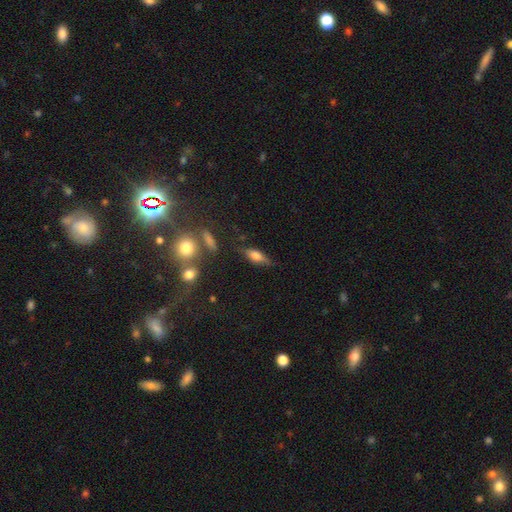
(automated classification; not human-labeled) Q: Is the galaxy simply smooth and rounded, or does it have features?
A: smooth — 57%.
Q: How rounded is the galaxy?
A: in between — 61%.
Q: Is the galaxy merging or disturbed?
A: none — 70%.